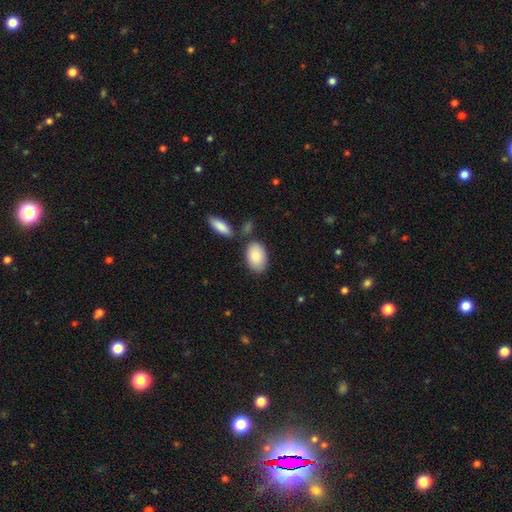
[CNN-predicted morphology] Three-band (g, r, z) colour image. It shows a smooth galaxy with no disk features (88%) that is in between round and cigar-shaped (93%). Merging: none (69%).